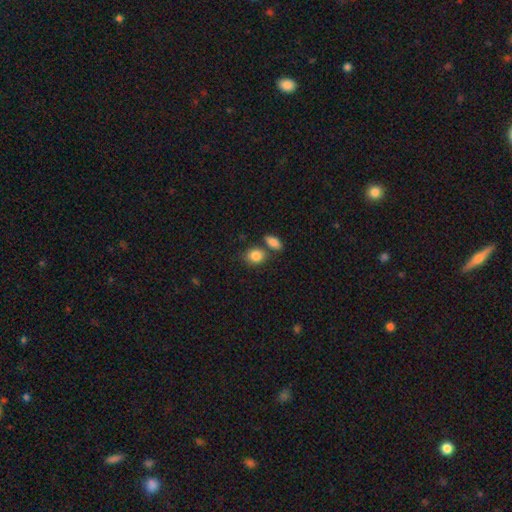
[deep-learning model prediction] Smooth or featured?
  - smooth: 86% *
  - star or artifact: 8%
  - featured or disk: 6%
How rounded?
  - round: 49% * (tied)
  - in between: 49% * (tied)
  - cigar-shaped: 2%
Merging?
  - none: 62% *
  - merger: 22%
  - minor disturbance: 13%
  - major disturbance: 4%